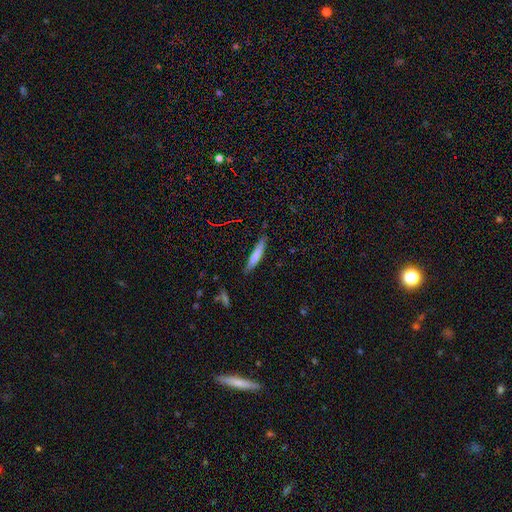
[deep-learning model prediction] Smooth or featured?
  - smooth: 73% *
  - featured or disk: 20%
  - star or artifact: 7%
How rounded?
  - cigar-shaped: 90% *
  - in between: 8%
  - round: 1%
Merging?
  - none: 80% *
  - minor disturbance: 15%
  - major disturbance: 3%
  - merger: 2%